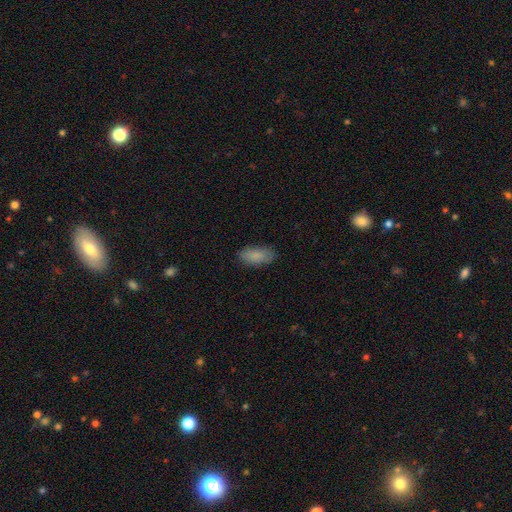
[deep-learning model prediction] Smooth or featured? Predicted: smooth (p=0.85). How rounded? Predicted: in between (p=0.89). Merging? Predicted: none (p=0.82).